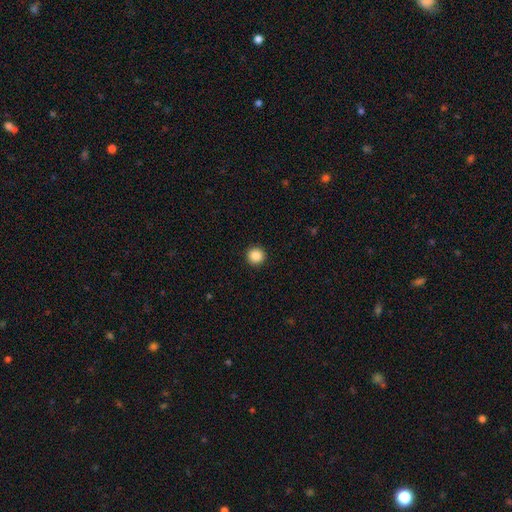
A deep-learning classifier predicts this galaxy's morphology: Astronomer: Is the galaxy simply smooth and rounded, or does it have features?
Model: smooth — 88%.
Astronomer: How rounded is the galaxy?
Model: round — 95%.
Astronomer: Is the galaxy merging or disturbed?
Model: none — 93%.